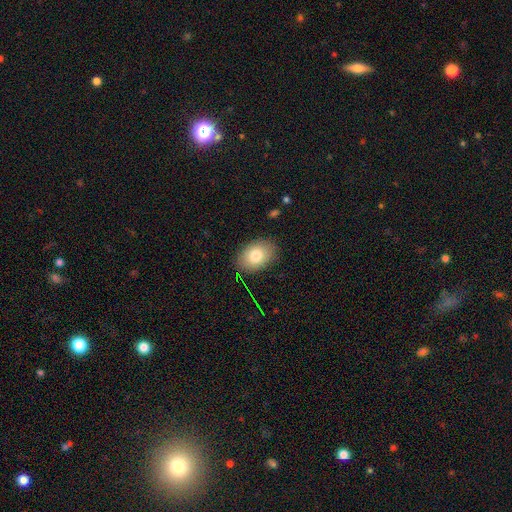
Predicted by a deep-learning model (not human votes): Morphology: type=smooth (80%); roundness=in between (85%); merging=none (86%).